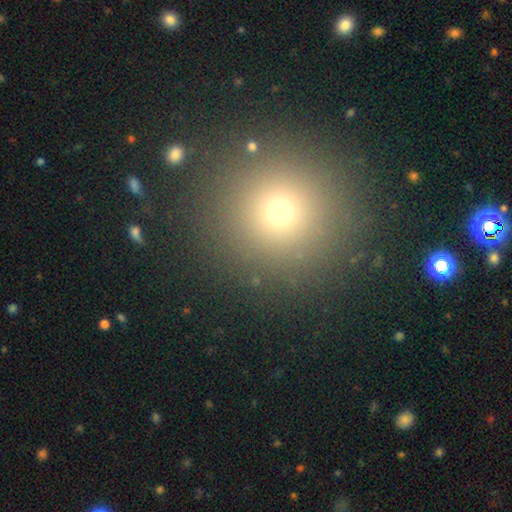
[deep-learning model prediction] Overall: smooth (66%). How rounded: round (94%). Merging: none (90%).